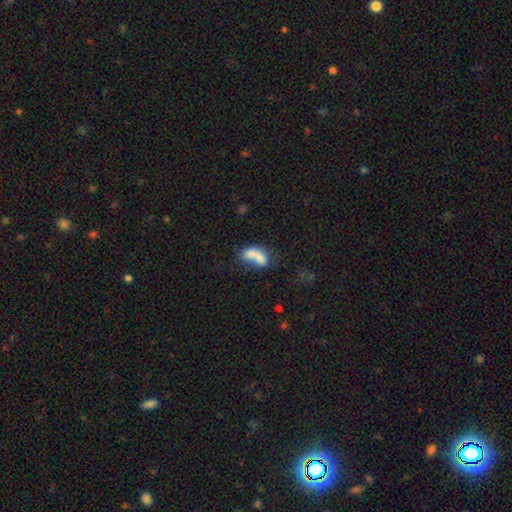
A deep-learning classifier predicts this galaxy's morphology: A smooth galaxy with no disk features (69%) that is in between round and cigar-shaped (84%). Merging: merger (53%).